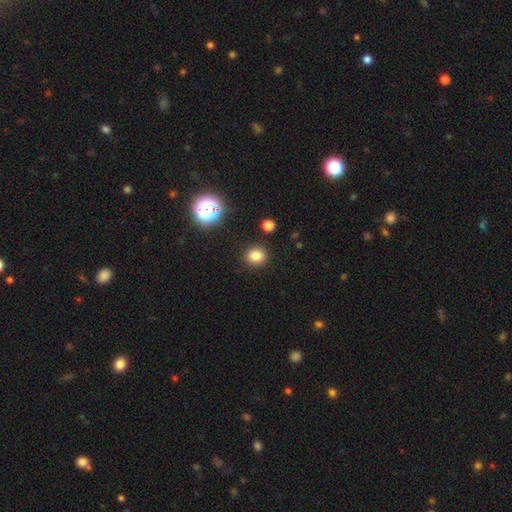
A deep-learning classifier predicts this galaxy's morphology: smooth_or_featured: smooth (p=0.80) [alt: star or artifact p=0.15]
how_rounded: round (p=0.77) [alt: in between p=0.22]
merging: none (p=0.89) [alt: minor disturbance p=0.07]